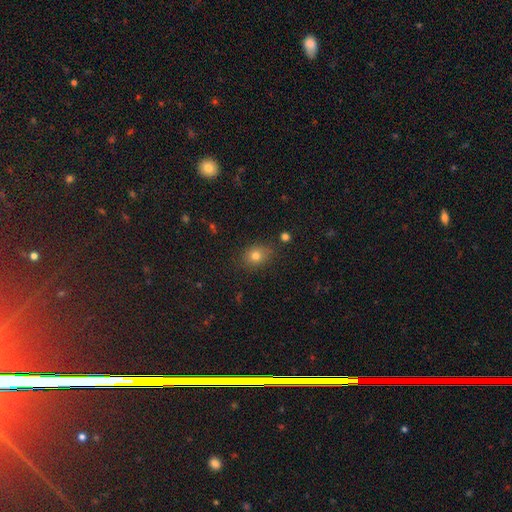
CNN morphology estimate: Smooth or featured?
  - smooth: 77% *
  - star or artifact: 14%
  - featured or disk: 8%
How rounded?
  - round: 55% *
  - in between: 44%
  - cigar-shaped: 1%
Merging?
  - none: 81% *
  - minor disturbance: 13%
  - major disturbance: 3%
  - merger: 2%